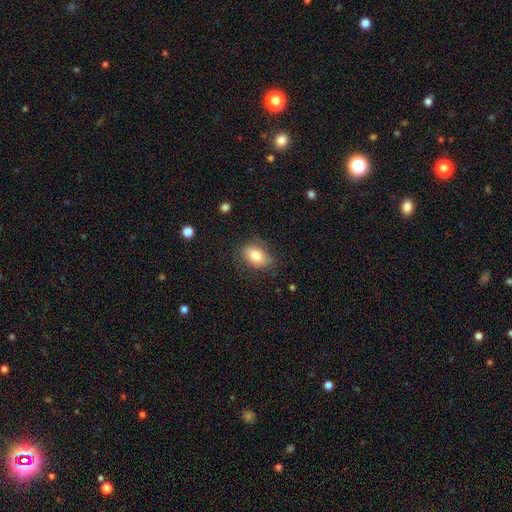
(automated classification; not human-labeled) smooth-or-featured: smooth: 79% | featured or disk: 13% | star or artifact: 8%
  how-rounded: in between: 82% | round: 16% | cigar-shaped: 1%
  merging: none: 76% | minor disturbance: 18% | major disturbance: 5% | merger: 1%